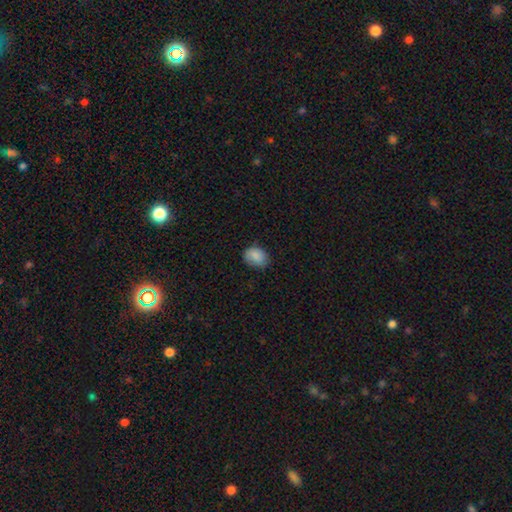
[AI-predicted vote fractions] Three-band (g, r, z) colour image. It shows a smooth galaxy with no disk features (84%) that is in between round and cigar-shaped (61%). Merging: none (73%).